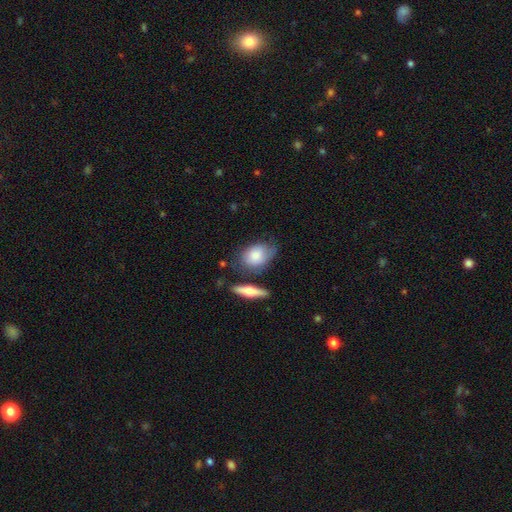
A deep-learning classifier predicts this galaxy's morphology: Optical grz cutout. It shows a smooth galaxy with no disk features (75%) that is in between round and cigar-shaped (79%). Merging: none (51%).